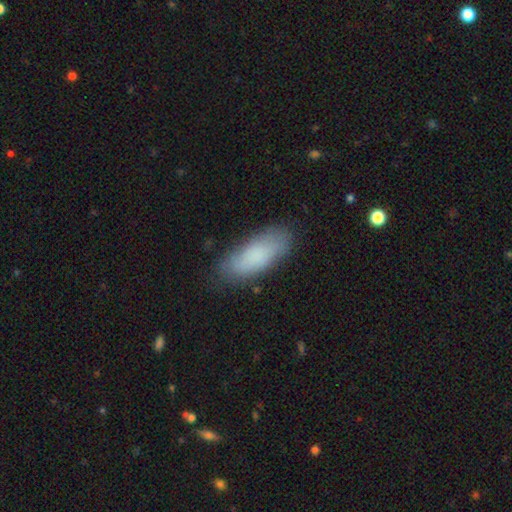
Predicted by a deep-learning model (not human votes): smooth-or-featured: smooth: 82% | featured or disk: 11% | star or artifact: 7%
  how-rounded: in between: 76% | cigar-shaped: 22% | round: 2%
  merging: none: 78% | minor disturbance: 17% | major disturbance: 4% | merger: 1%